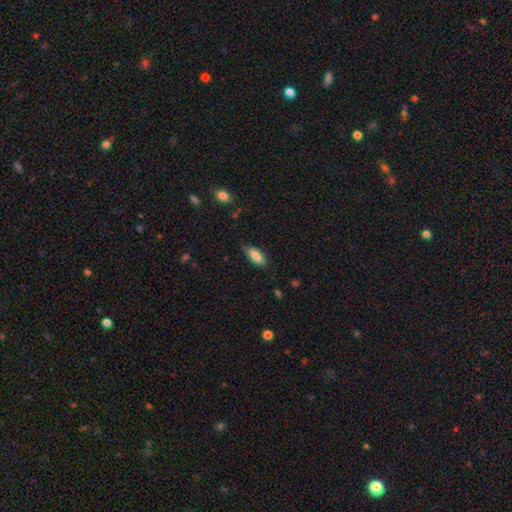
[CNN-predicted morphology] Smooth or featured? smooth (83%)
How rounded? in between (79%)
Merging? none (79%)